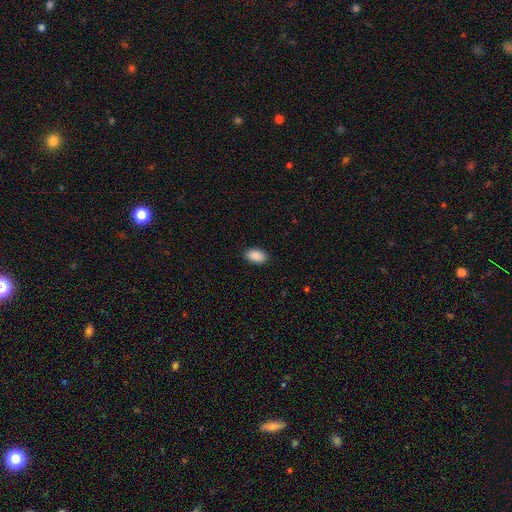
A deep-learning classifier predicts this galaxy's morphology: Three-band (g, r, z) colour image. It shows a smooth galaxy with no disk features (91%) that is in between round and cigar-shaped (94%). Merging: none (89%).